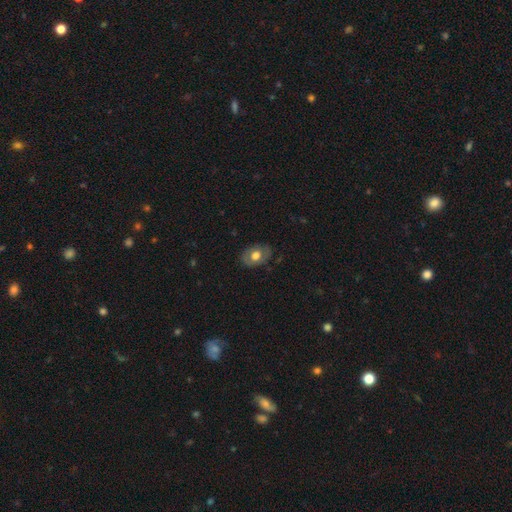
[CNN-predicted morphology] Q: Smooth or featured?
A: smooth (56%); runner-up: featured or disk (37%)
Q: How rounded?
A: in between (73%); runner-up: round (26%)
Q: Merging?
A: none (79%); runner-up: minor disturbance (15%)